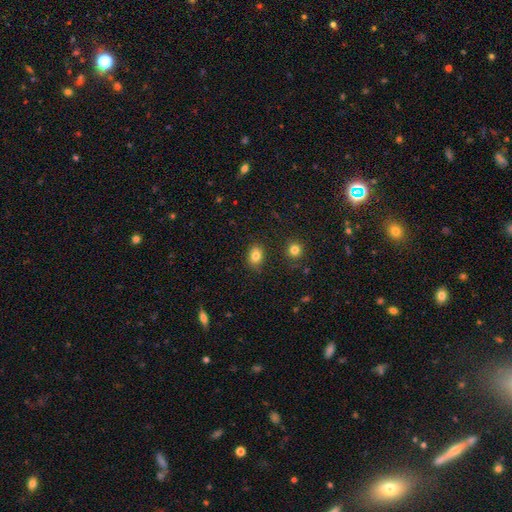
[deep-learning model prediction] The model was most divided on "how rounded": in between: 64%, round: 35%, cigar-shaped: 1%. More confident: merging — none (82%); smooth or featured — smooth (82%).